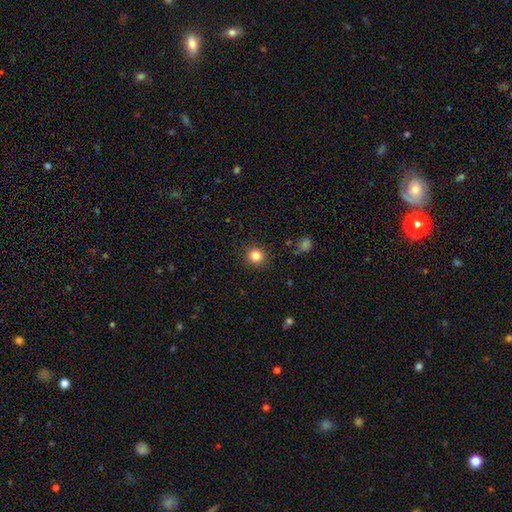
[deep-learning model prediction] This appears to be a smooth galaxy with no disk features (84%) that is round (92%). Merging: none (91%).